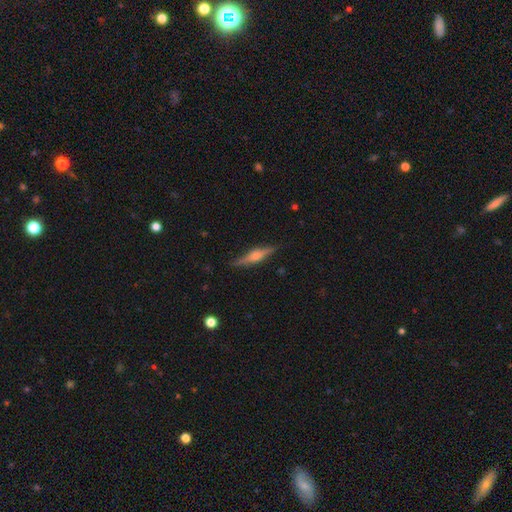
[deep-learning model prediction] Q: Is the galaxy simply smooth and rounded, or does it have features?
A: featured or disk — 66%.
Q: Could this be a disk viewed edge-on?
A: yes — 97%.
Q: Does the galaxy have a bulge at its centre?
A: rounded — 82%.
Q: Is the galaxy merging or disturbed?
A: none — 87%.